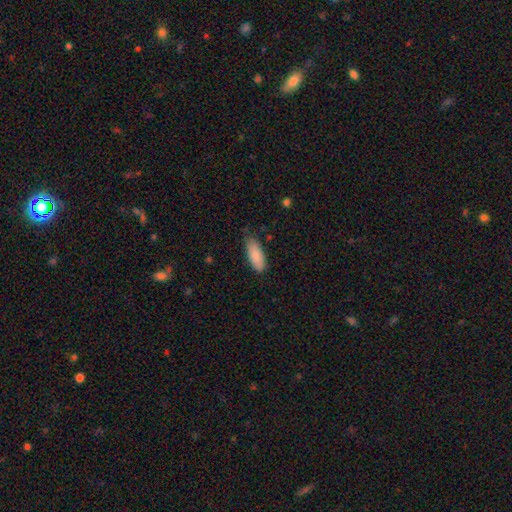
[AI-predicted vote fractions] Smooth or featured? Predicted: smooth (p=0.86). How rounded? Predicted: in between (p=0.80). Merging? Predicted: none (p=0.71).